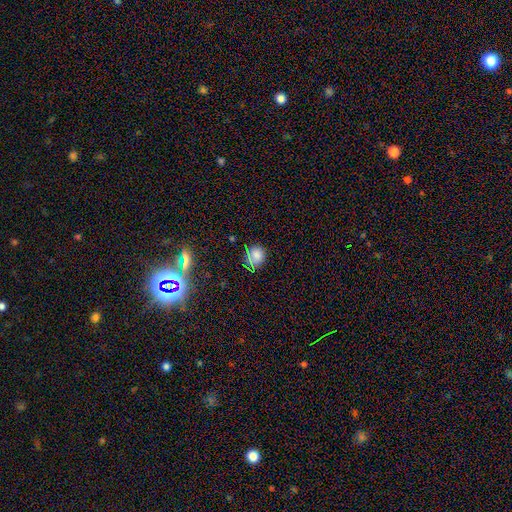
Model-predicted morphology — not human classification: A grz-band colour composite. It shows a smooth galaxy with no disk features (68%) that is round (75%). Merging: none (77%).